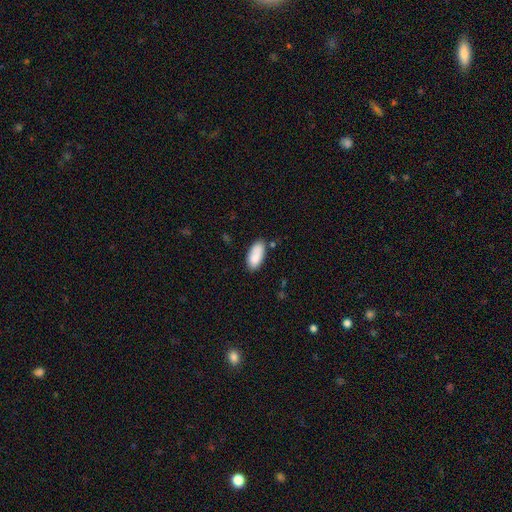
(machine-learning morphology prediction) smooth 85%, featured or disk 8%, star or artifact 7%. Down the decision tree: how rounded — in between (89%); merging — none (72%).